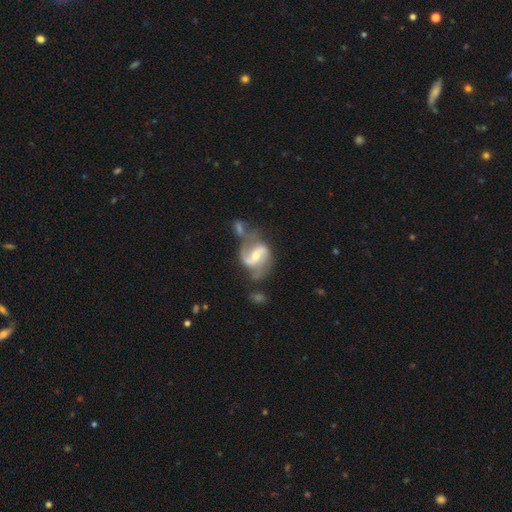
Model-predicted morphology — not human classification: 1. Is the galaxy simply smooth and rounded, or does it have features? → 86% featured or disk, 9% smooth, 5% star or artifact.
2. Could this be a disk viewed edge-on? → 98% no, 2% yes.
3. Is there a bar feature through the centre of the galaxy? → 47% weak, 30% strong, 22% no.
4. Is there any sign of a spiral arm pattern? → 95% yes, 5% no.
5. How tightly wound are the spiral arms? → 45% medium, 43% loose, 11% tight.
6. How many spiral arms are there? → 88% 2, 4% can't tell, 3% 3, 3% 1, 1% 4, 1% more than 4.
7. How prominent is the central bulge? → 53% moderate, 41% small, 3% large, 2% none, 1% dominant.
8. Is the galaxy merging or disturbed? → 42% none, 23% merger, 21% minor disturbance, 15% major disturbance.